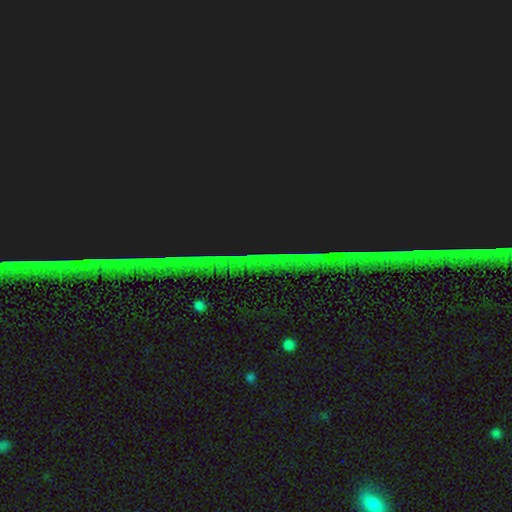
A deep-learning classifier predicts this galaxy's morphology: The model was most divided on "smooth or featured": star or artifact: 83%, featured or disk: 9%, smooth: 8%.